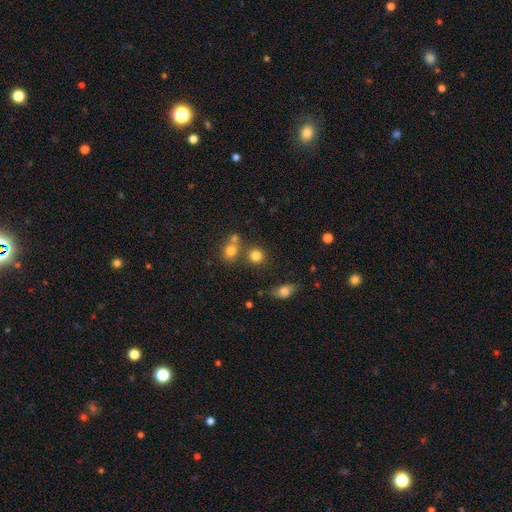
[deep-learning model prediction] Smooth or featured?
  - smooth: 79% *
  - star or artifact: 14%
  - featured or disk: 7%
How rounded?
  - round: 86% *
  - in between: 13%
  - cigar-shaped: 1%
Merging?
  - none: 67% *
  - merger: 19%
  - minor disturbance: 9%
  - major disturbance: 4%